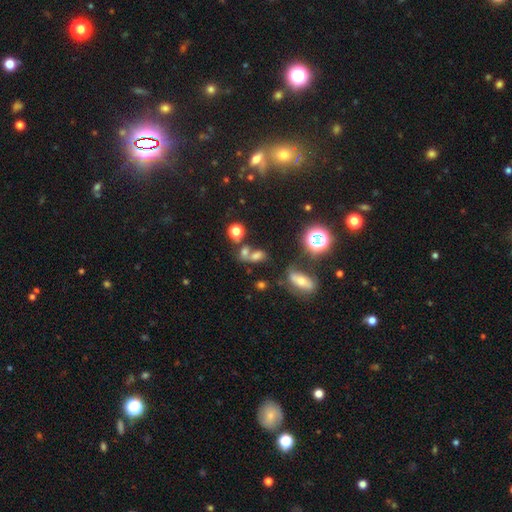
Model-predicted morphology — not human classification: smooth 61%, star or artifact 24%, featured or disk 16%. Down the decision tree: how rounded — in between (69%); merging — merger (47%).